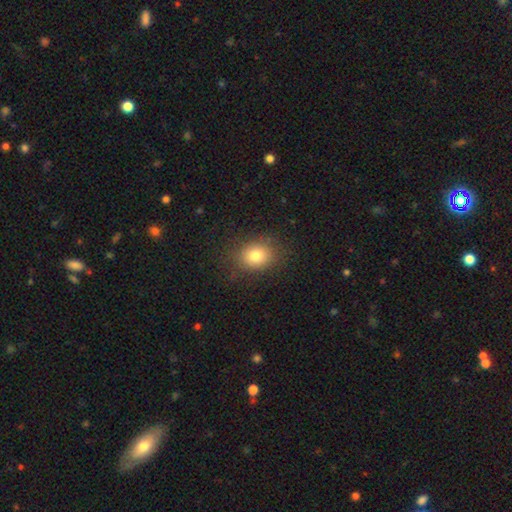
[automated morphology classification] Q: Smooth or featured?
A: smooth (80%); runner-up: star or artifact (11%)
Q: How rounded?
A: round (50%); runner-up: in between (49%)
Q: Merging?
A: none (82%); runner-up: minor disturbance (12%)